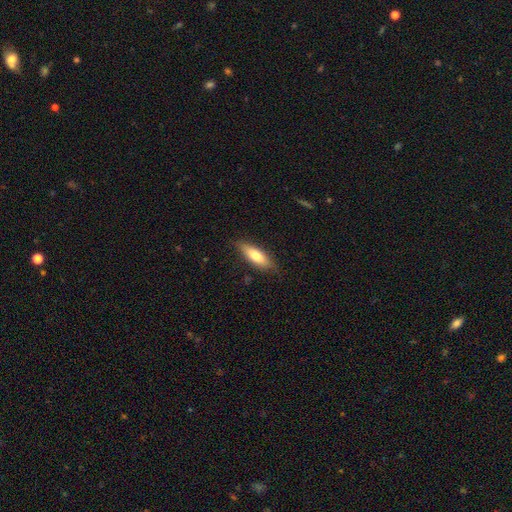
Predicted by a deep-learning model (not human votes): smooth 70%, featured or disk 24%, star or artifact 6%. Down the decision tree: how rounded — in between (54%); merging — none (80%).